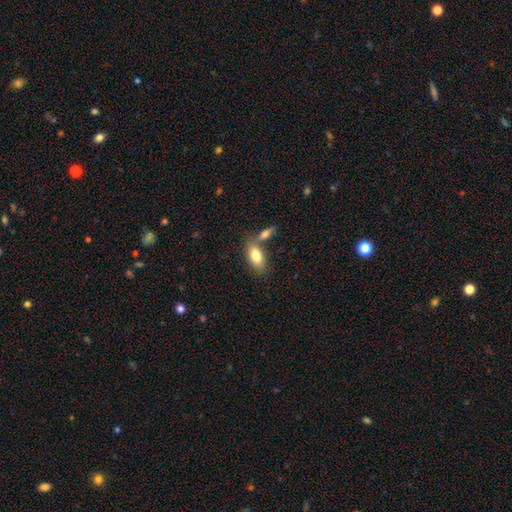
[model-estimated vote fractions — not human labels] A smooth galaxy with no disk features (80%) that is in between round and cigar-shaped (90%).

Vote fractions:
- Smooth or featured? smooth: 80% / featured or disk: 14% / star or artifact: 6%
- How rounded? in between: 90% / cigar-shaped: 6% / round: 4%
- Merging? none: 50% / merger: 35% / minor disturbance: 11% / major disturbance: 4%